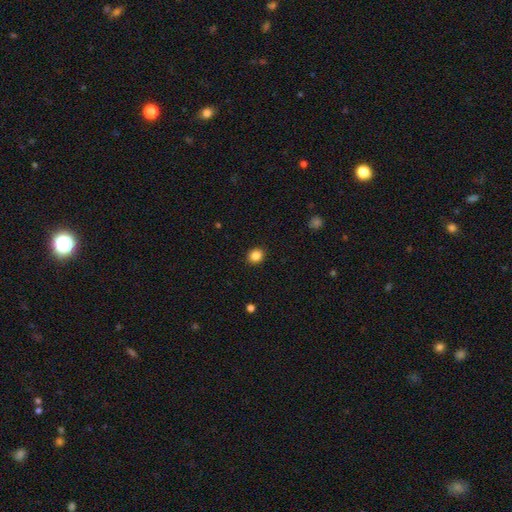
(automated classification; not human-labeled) Smooth or featured: smooth — 86% (star or artifact — 10%)
How rounded: round — 67% (in between — 32%)
Merging: none — 91% (minor disturbance — 6%)